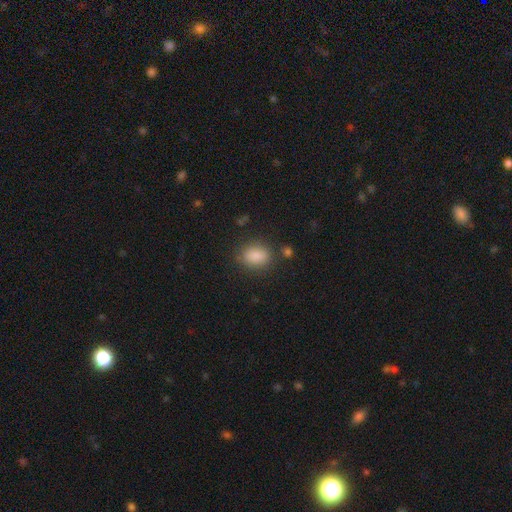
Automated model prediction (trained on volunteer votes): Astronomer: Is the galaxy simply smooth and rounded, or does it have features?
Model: smooth — 86%.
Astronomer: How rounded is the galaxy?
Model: in between — 66%.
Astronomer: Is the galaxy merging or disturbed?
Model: none — 78%.